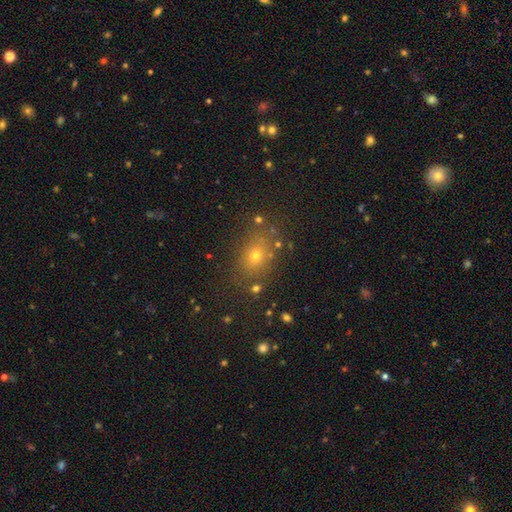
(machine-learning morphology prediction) Smooth or featured? Predicted: smooth (p=0.64). How rounded? Predicted: in between (p=0.54). Merging? Predicted: none (p=0.79).